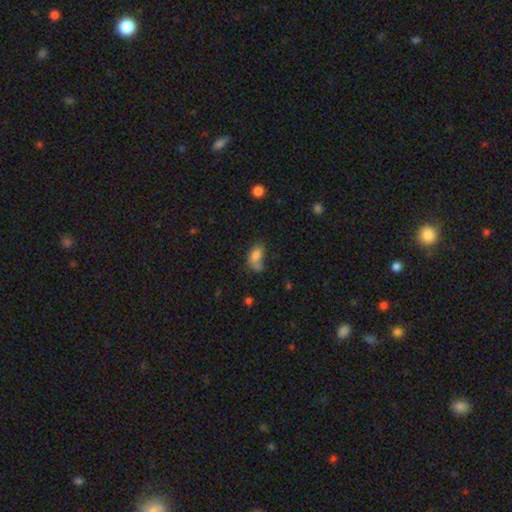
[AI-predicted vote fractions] Smooth or featured? Predicted: smooth (p=0.78). How rounded? Predicted: in between (p=0.88). Merging? Predicted: none (p=0.39).